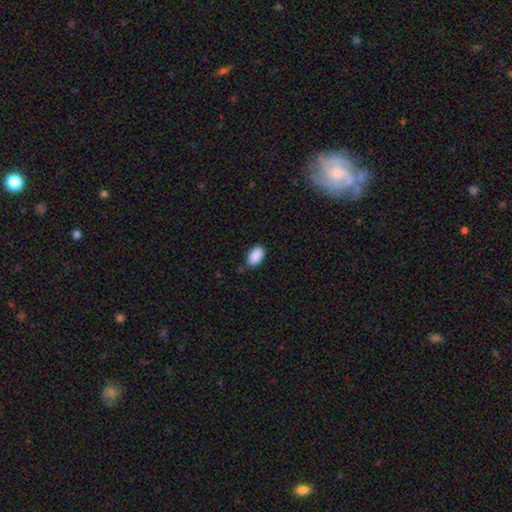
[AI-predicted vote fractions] Smooth or featured: smooth — 90% (star or artifact — 7%)
How rounded: in between — 93% (round — 5%)
Merging: none — 80% (minor disturbance — 15%)